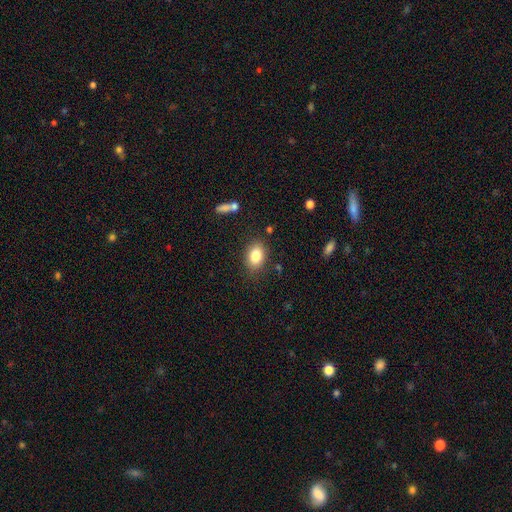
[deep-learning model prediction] smooth_or_featured: smooth (p=0.83) [alt: star or artifact p=0.08]
how_rounded: in between (p=0.81) [alt: round p=0.18]
merging: none (p=0.83) [alt: minor disturbance p=0.11]